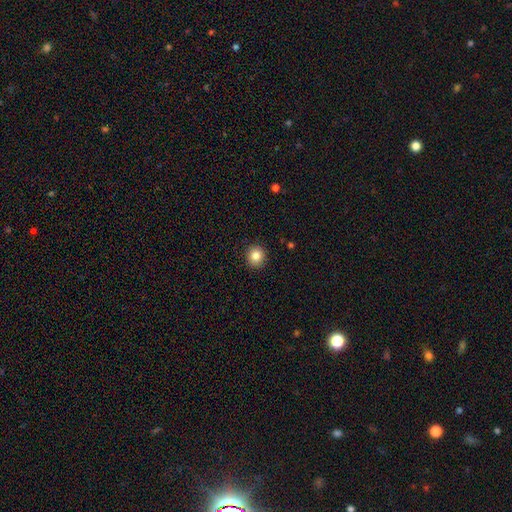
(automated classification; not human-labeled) Smooth or featured? smooth (84%)
How rounded? round (89%)
Merging? none (92%)